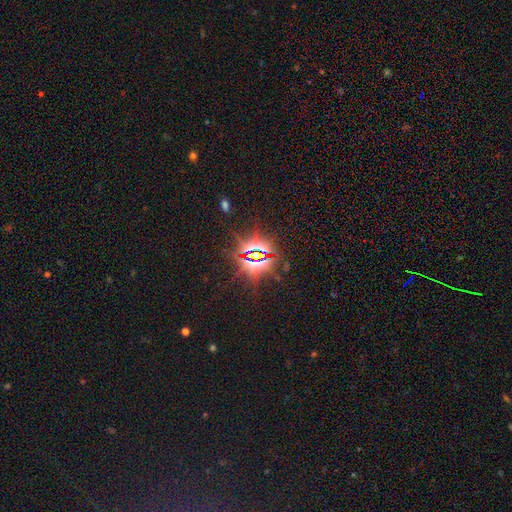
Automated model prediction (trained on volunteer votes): star or artifact 83%, smooth 10%, featured or disk 7%.